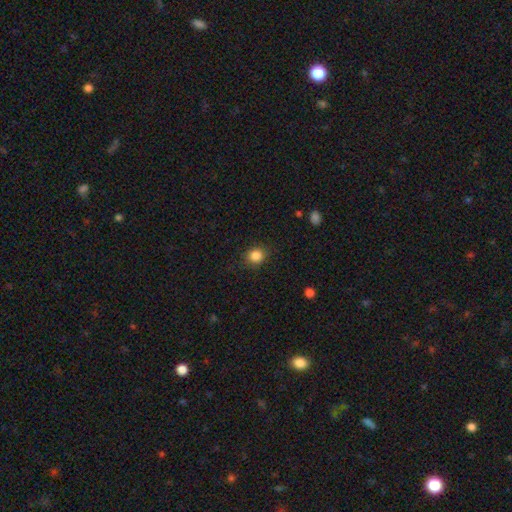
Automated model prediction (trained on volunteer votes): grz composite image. It shows a smooth galaxy with no disk features (85%) that is round (73%). Merging: none (85%).